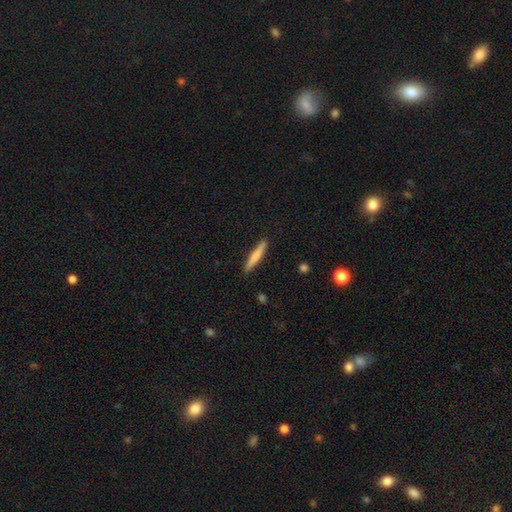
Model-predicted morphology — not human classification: smooth_or_featured: smooth (p=0.71) [alt: featured or disk p=0.24]
how_rounded: cigar-shaped (p=0.93) [alt: in between p=0.06]
merging: none (p=0.90) [alt: minor disturbance p=0.07]